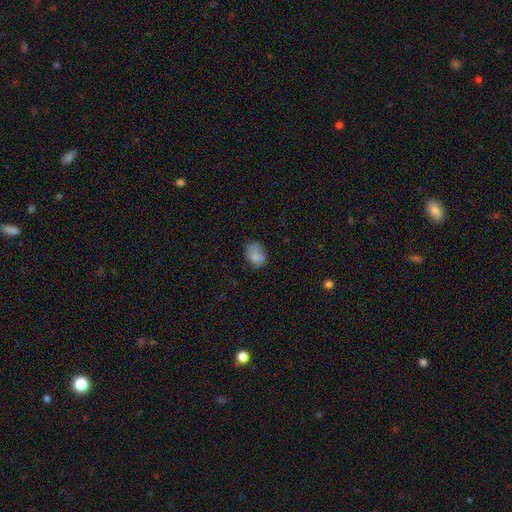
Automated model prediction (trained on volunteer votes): Smooth or featured?
  - smooth: 81% *
  - star or artifact: 10%
  - featured or disk: 9%
How rounded?
  - in between: 69% *
  - round: 30%
  - cigar-shaped: 1%
Merging?
  - none: 61% *
  - minor disturbance: 27%
  - major disturbance: 9%
  - merger: 3%